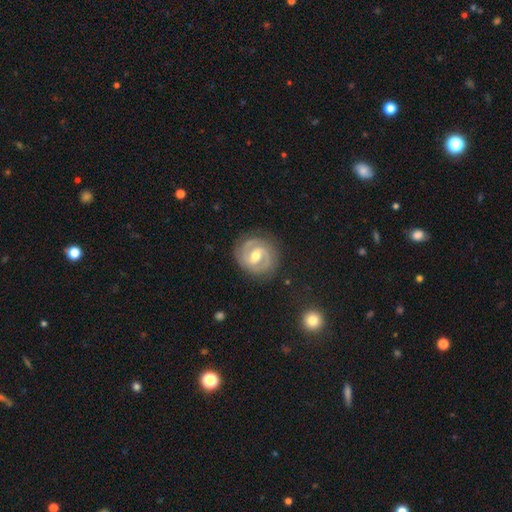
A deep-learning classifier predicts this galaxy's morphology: smooth_or_featured: featured or disk (p=0.86) [alt: smooth p=0.09]
disk_edge_on: no (p=0.98) [alt: yes p=0.02]
bar: weak (p=0.50) [alt: strong p=0.33]
has_spiral_arms: yes (p=0.96) [alt: no p=0.04]
spiral_winding: tight (p=0.57) [alt: medium p=0.37]
spiral_arm_count: 2 (p=0.86) [alt: can't tell p=0.05]
bulge_size: moderate (p=0.73) [alt: small p=0.19]
merging: none (p=0.84) [alt: minor disturbance p=0.11]